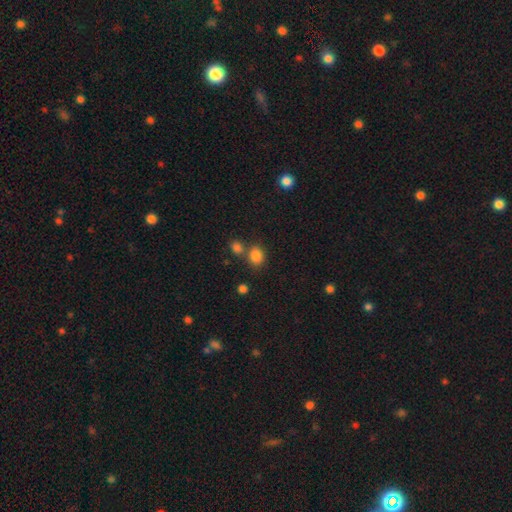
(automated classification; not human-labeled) smooth 83%, star or artifact 12%, featured or disk 5%. Down the decision tree: how rounded — round (59%); merging — none (59%).